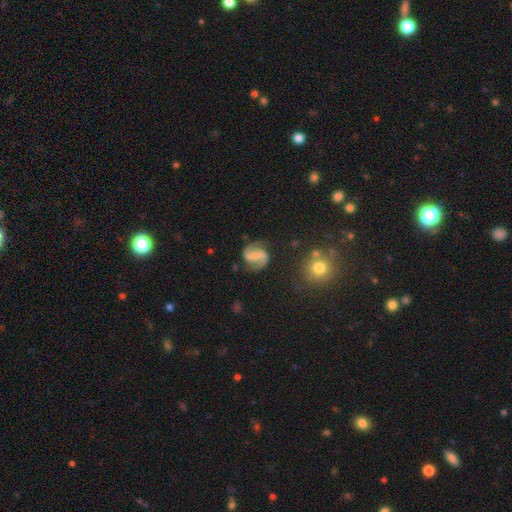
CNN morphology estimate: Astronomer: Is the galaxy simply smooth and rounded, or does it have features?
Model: featured or disk — 82%.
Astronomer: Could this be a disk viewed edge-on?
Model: no — 98%.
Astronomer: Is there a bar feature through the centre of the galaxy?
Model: weak — 41% (runner-up: strong, 36%).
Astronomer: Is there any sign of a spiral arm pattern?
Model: yes — 96%.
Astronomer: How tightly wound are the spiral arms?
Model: loose — 44% (runner-up: medium, 43%).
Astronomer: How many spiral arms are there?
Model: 2 — 93%.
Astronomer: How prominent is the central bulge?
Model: small — 44% (runner-up: none, 36%).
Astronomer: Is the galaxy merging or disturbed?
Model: none — 78%.